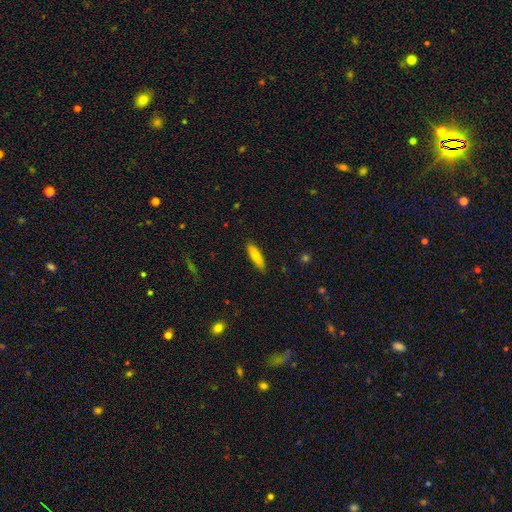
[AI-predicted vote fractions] Smooth or featured? Predicted: smooth (p=0.77). How rounded? Predicted: cigar-shaped (p=0.71). Merging? Predicted: none (p=0.87).